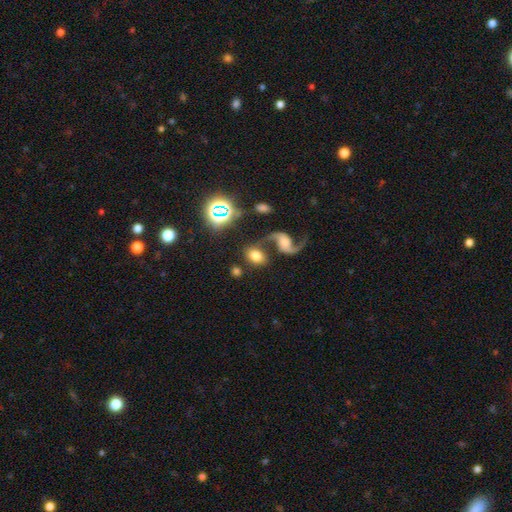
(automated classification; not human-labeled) Smooth or featured: smooth — 52% (featured or disk — 34%)
How rounded: in between — 63% (round — 35%)
Merging: none — 58% (merger — 19%)